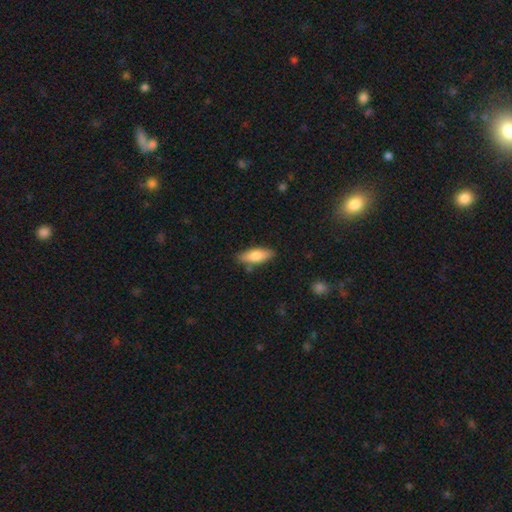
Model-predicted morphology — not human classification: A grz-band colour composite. It shows a smooth galaxy with no disk features (77%) that is in between round and cigar-shaped (68%). Merging: none (82%).